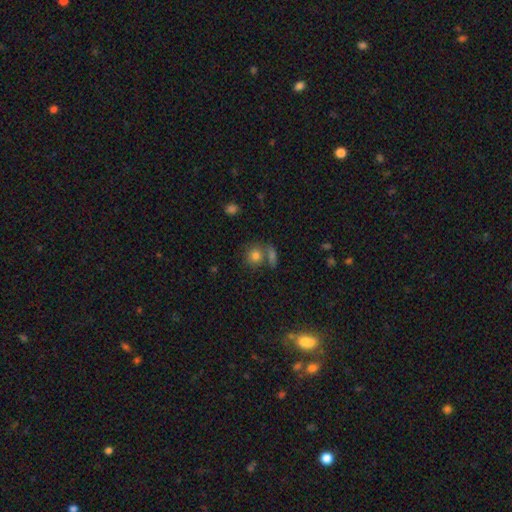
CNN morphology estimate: Smooth or featured?
  - smooth: 79% *
  - star or artifact: 11%
  - featured or disk: 10%
How rounded?
  - round: 78% *
  - in between: 20%
  - cigar-shaped: 2%
Merging?
  - none: 50% *
  - merger: 34%
  - minor disturbance: 10%
  - major disturbance: 5%